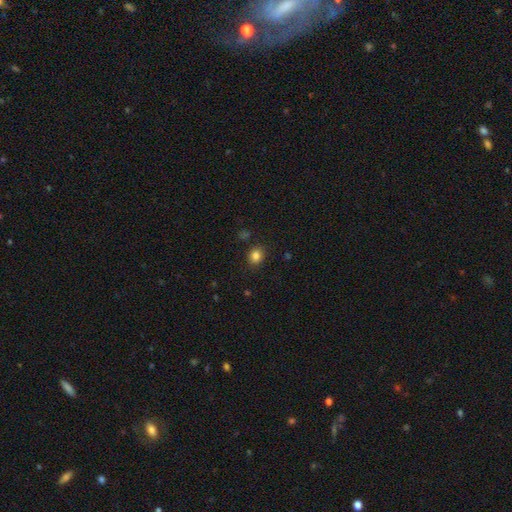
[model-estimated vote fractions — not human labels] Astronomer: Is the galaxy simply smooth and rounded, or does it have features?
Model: smooth — 83%.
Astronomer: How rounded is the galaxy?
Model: round — 64%.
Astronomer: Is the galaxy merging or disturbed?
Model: none — 87%.